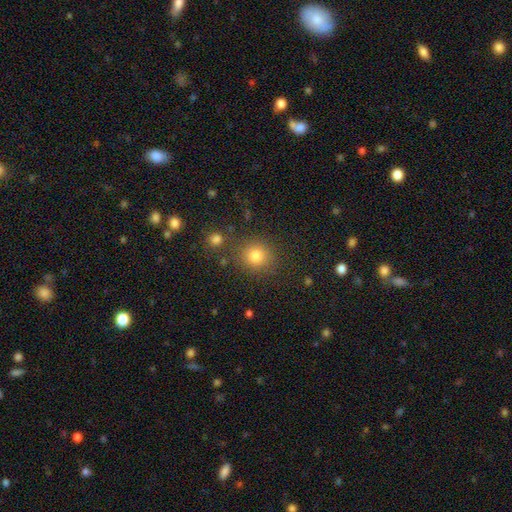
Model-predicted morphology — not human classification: Q: Smooth or featured?
A: smooth (81%); runner-up: star or artifact (13%)
Q: How rounded?
A: round (88%); runner-up: in between (11%)
Q: Merging?
A: none (82%); runner-up: minor disturbance (9%)